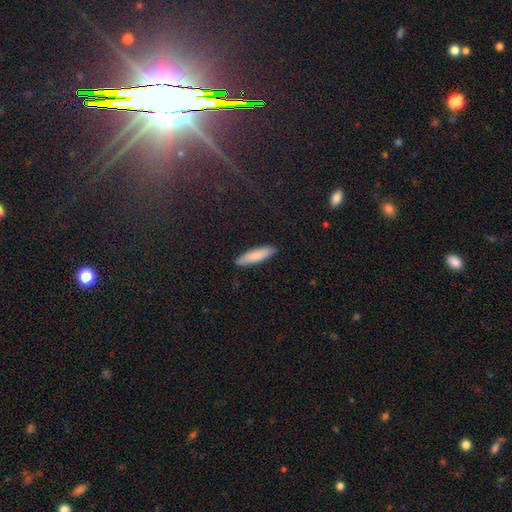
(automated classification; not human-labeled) A smooth galaxy with no disk features (84%) that is cigar-shaped (70%). Merging: none (89%).